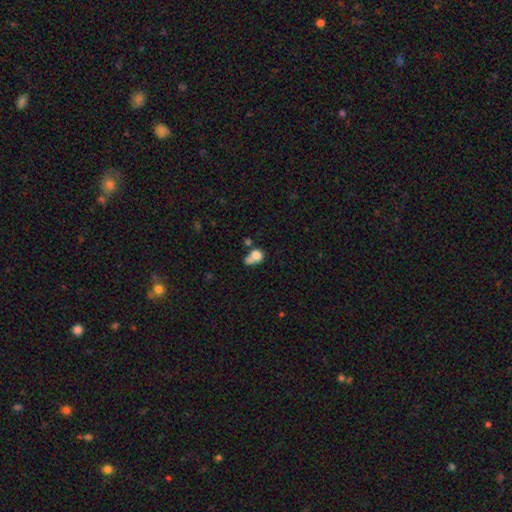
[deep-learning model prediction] Overall: smooth (75%). How rounded: round (49%, tied with in between). Merging: merger (47%; none 23%).